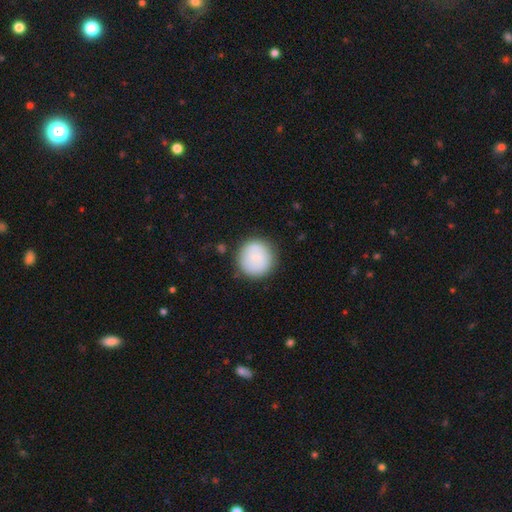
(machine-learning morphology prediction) A smooth galaxy with no disk features (76%) that is round (94%).

Vote fractions:
- Smooth or featured? smooth: 76% / featured or disk: 18% / star or artifact: 6%
- How rounded? round: 94% / in between: 5% / cigar-shaped: 1%
- Merging? none: 83% / minor disturbance: 11% / major disturbance: 4% / merger: 2%